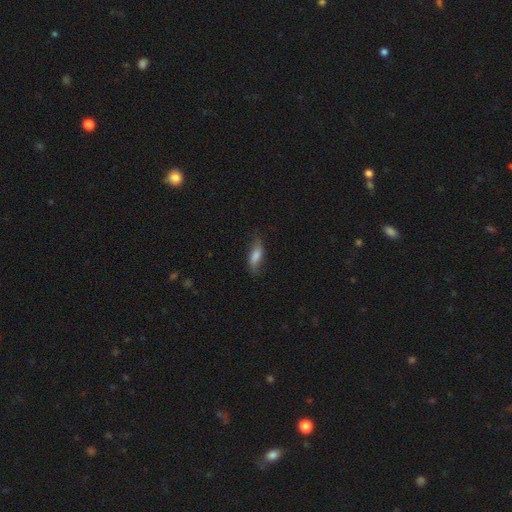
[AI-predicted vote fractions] Overall: smooth (65%; featured or disk 27%). How rounded: in between (66%; cigar-shaped 30%). Merging: none (66%).